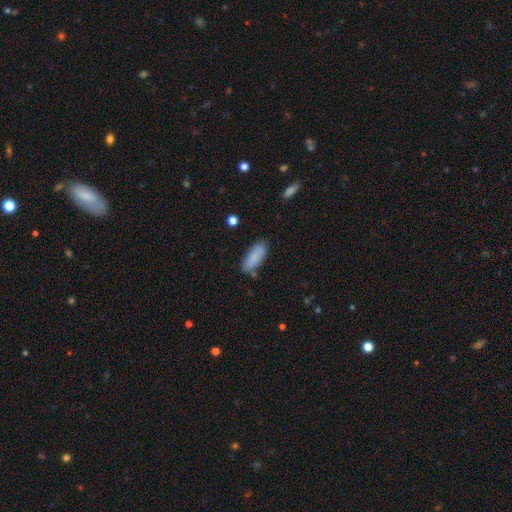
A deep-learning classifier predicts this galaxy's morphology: smooth-or-featured: smooth: 86% | featured or disk: 7% | star or artifact: 6%
  how-rounded: in between: 81% | cigar-shaped: 17% | round: 2%
  merging: none: 77% | minor disturbance: 16% | merger: 3% | major disturbance: 3%